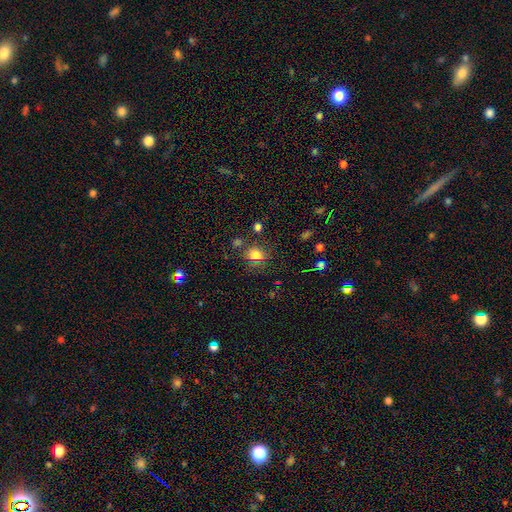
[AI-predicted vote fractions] smooth-or-featured: smooth: 71% | star or artifact: 22% | featured or disk: 7%
  how-rounded: round: 69% | in between: 30% | cigar-shaped: 1%
  merging: none: 72% | minor disturbance: 14% | merger: 8% | major disturbance: 6%